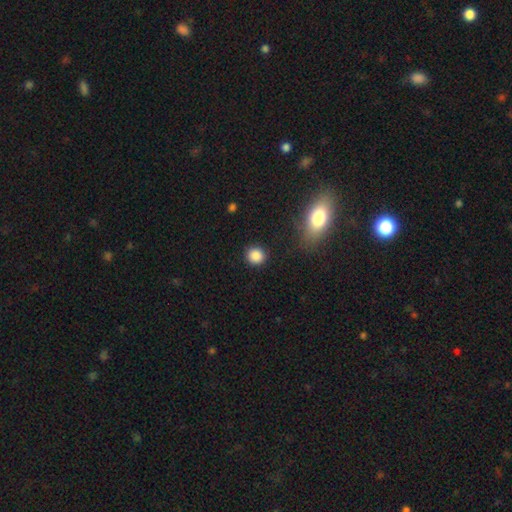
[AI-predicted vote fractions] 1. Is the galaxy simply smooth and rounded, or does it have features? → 86% smooth, 10% star or artifact, 4% featured or disk.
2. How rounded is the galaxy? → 87% round, 11% in between, 1% cigar-shaped.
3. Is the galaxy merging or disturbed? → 89% none, 7% minor disturbance, 3% major disturbance, 2% merger.